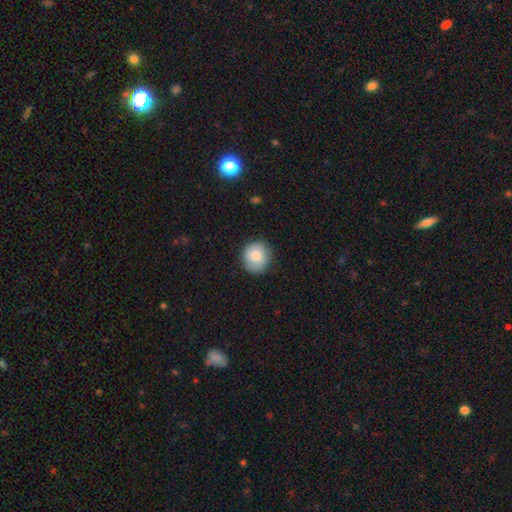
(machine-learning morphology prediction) smooth-or-featured: smooth: 81% | featured or disk: 11% | star or artifact: 7%
  how-rounded: round: 86% | in between: 13% | cigar-shaped: 1%
  merging: none: 83% | minor disturbance: 13% | major disturbance: 3% | merger: 1%